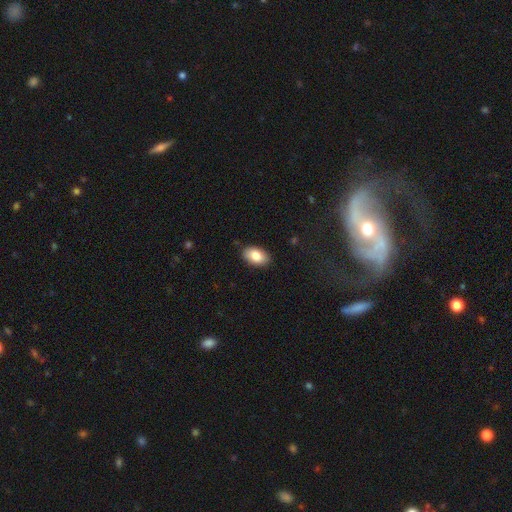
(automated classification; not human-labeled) Overall: smooth (84%). How rounded: in between (93%). Merging: none (88%).